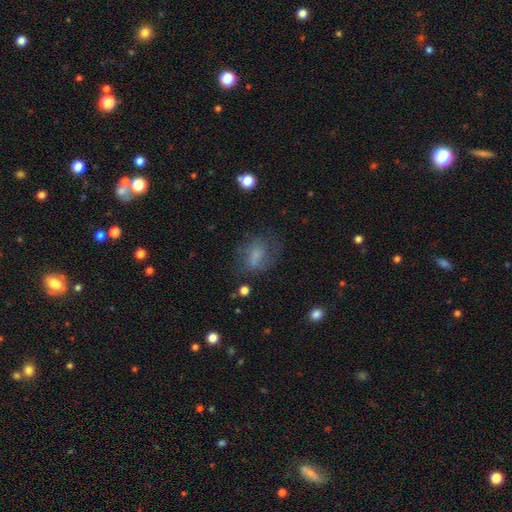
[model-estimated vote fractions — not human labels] Smooth or featured? smooth (55%)
How rounded? in between (66%)
Merging? none (53%)